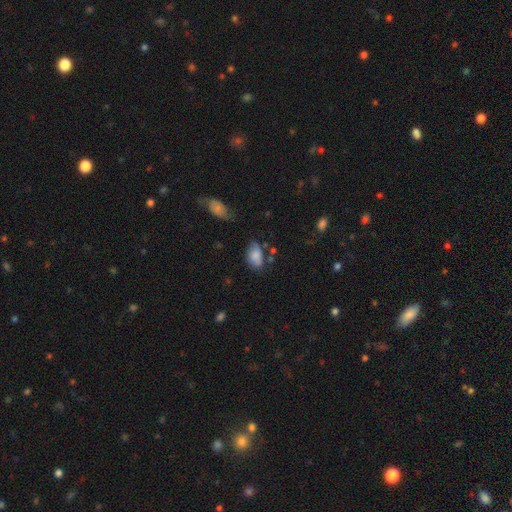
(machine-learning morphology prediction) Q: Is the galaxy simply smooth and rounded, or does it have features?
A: smooth — 79%.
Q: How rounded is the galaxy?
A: in between — 91%.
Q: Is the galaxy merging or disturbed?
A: none — 52%.